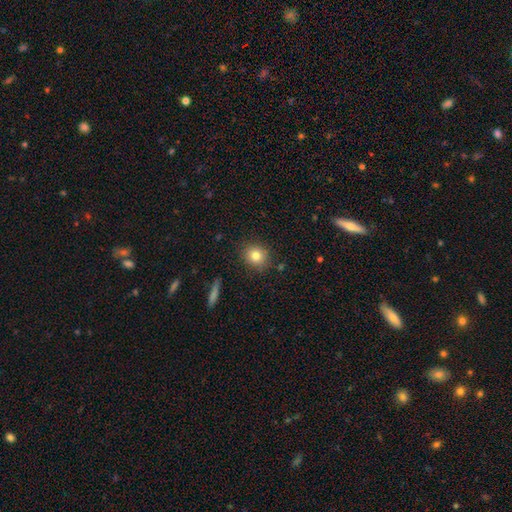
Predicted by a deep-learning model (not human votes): Smooth or featured? Predicted: smooth (p=0.81). How rounded? Predicted: round (p=0.80). Merging? Predicted: none (p=0.86).